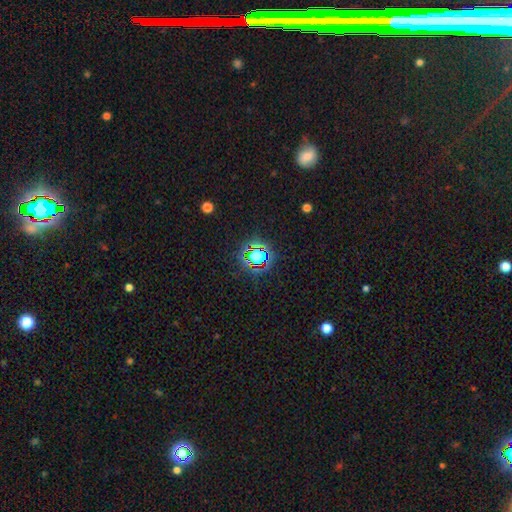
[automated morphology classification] star or artifact 64%, smooth 25%, featured or disk 12%.